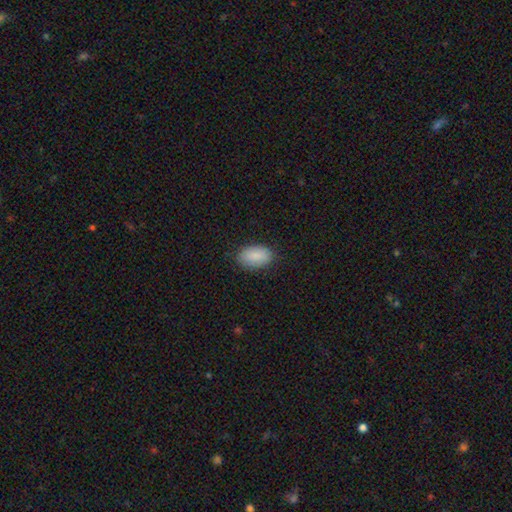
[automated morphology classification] This is clearly a smooth galaxy (89%). How rounded: clearly in between (92%). Merging: clearly none (84%).